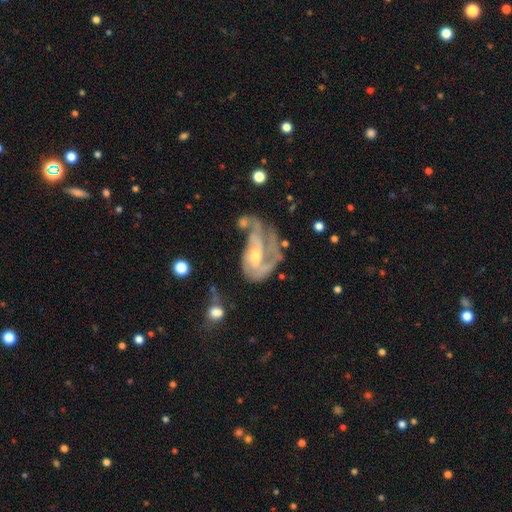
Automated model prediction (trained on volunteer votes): smooth-or-featured: featured or disk: 79% | smooth: 14% | star or artifact: 7%
  disk-edge-on: no: 96% | yes: 4%
    bar: no: 58% | weak: 32% | strong: 10%
    has-spiral-arms: yes: 79% | no: 21%
      spiral-winding: medium: 40% | tight: 34% | loose: 26%
      spiral-arm-count: 2: 33% | can't tell: 30% | 1: 16% | 3: 14% | 4: 4% | more than 4: 3%
    bulge-size: small: 46% (tied) | moderate: 46% (tied) | none: 4% | large: 3% | dominant: 1%
  merging: major disturbance: 40% | none: 25% | minor disturbance: 19% | merger: 15%